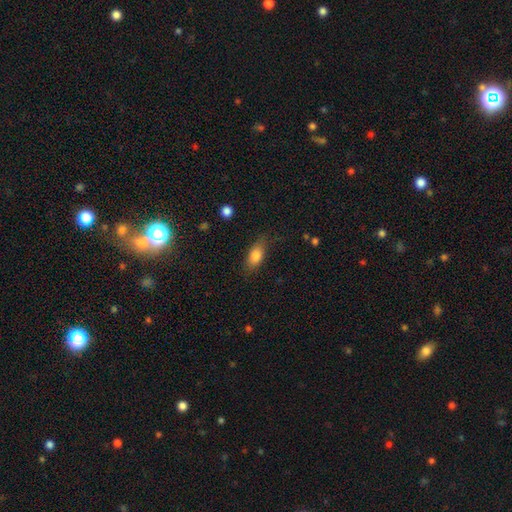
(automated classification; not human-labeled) This appears to be a smooth galaxy with no disk features (81%) that is in between round and cigar-shaped (84%). Merging: none (71%).